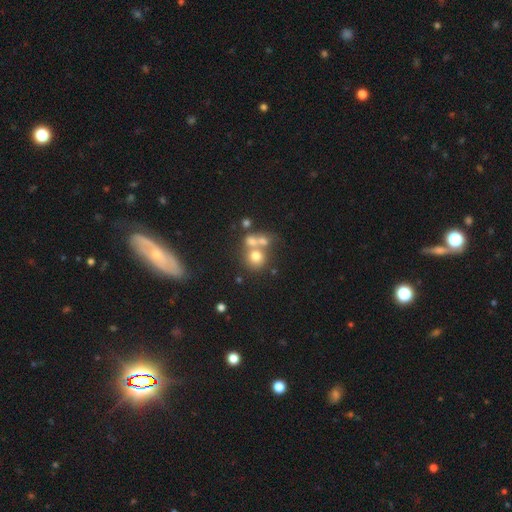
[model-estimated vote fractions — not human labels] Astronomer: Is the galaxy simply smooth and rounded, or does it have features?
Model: smooth — 66%.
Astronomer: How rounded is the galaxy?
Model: round — 79%.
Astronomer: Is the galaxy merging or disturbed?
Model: merger — 47% (runner-up: none, 38%).